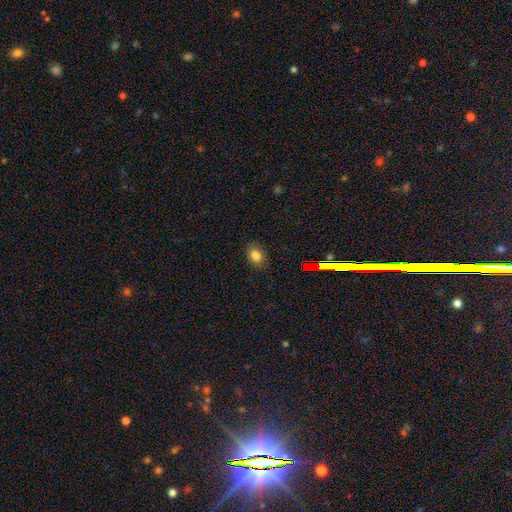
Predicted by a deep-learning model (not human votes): The model was most divided on "how rounded": in between: 67%, round: 32%, cigar-shaped: 1%. More confident: merging — none (85%); smooth or featured — smooth (80%).